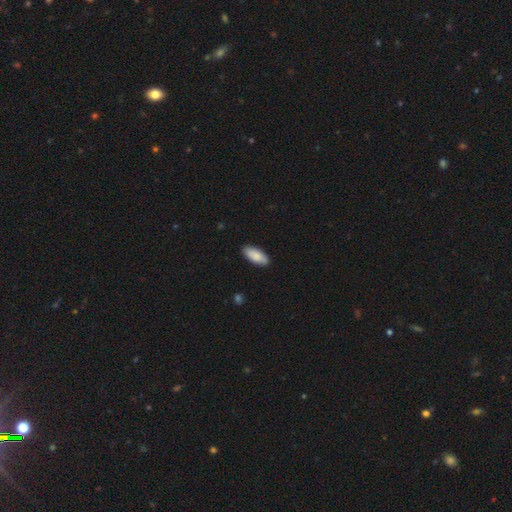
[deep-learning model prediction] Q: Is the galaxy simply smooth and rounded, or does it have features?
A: smooth — 87%.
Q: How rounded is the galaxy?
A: in between — 85%.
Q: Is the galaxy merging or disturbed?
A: none — 88%.